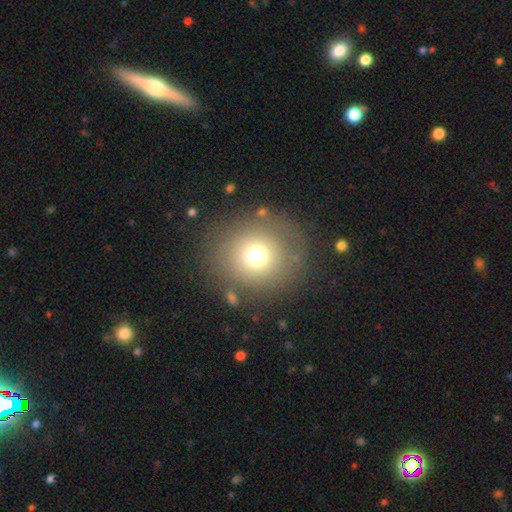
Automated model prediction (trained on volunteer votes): Q: Smooth or featured?
A: smooth (70%); runner-up: star or artifact (17%)
Q: How rounded?
A: round (91%); runner-up: in between (8%)
Q: Merging?
A: none (78%); runner-up: minor disturbance (10%)